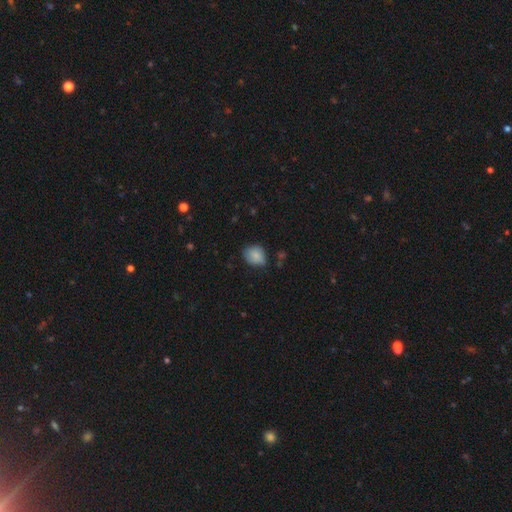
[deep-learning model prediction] A smooth galaxy with no disk features (80%) that is in between round and cigar-shaped (50%).

Vote fractions:
- Smooth or featured? smooth: 80% / featured or disk: 11% / star or artifact: 9%
- How rounded? in between: 50% / round: 49% / cigar-shaped: 1%
- Merging? none: 59% / minor disturbance: 33% / major disturbance: 6% / merger: 2%